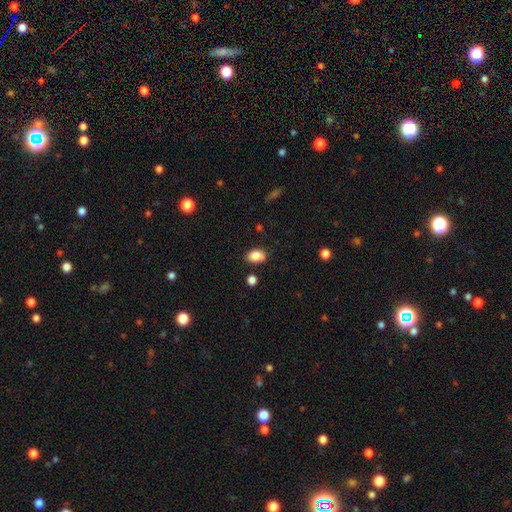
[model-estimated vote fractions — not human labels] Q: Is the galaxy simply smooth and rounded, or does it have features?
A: smooth — 86%.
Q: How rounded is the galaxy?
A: in between — 81%.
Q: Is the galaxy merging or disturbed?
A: none — 74%.